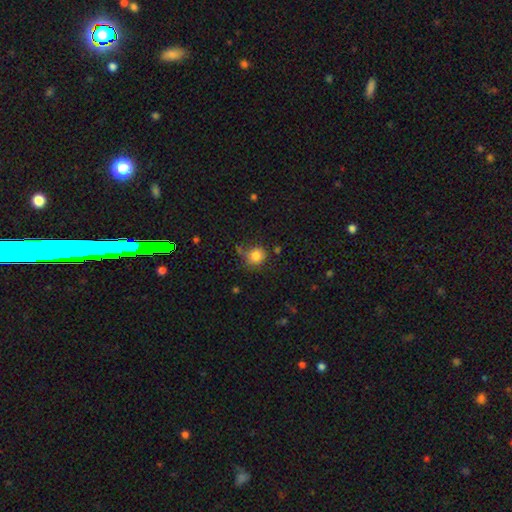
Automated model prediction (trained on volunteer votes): Smooth or featured? Predicted: smooth (p=0.83). How rounded? Predicted: round (p=0.78). Merging? Predicted: none (p=0.61).